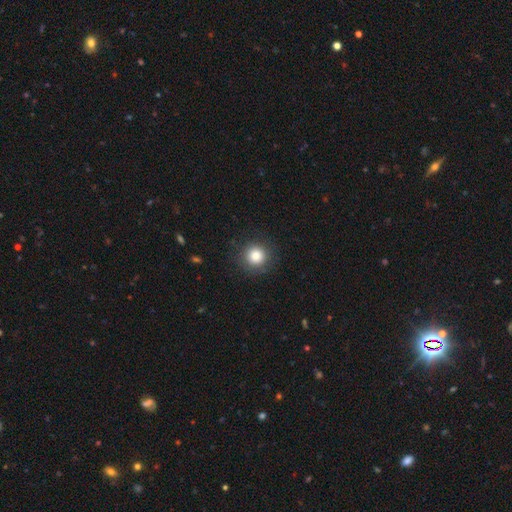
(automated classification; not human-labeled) A smooth galaxy with no disk features (83%) that is round (94%). Merging: none (88%).